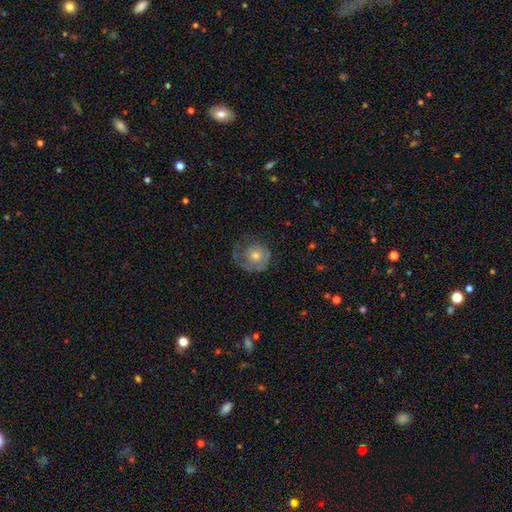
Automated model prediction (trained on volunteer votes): This is possibly a featured or disk galaxy (51%). It is clearly not viewed edge-on (97%). Merging: possibly none (56%).